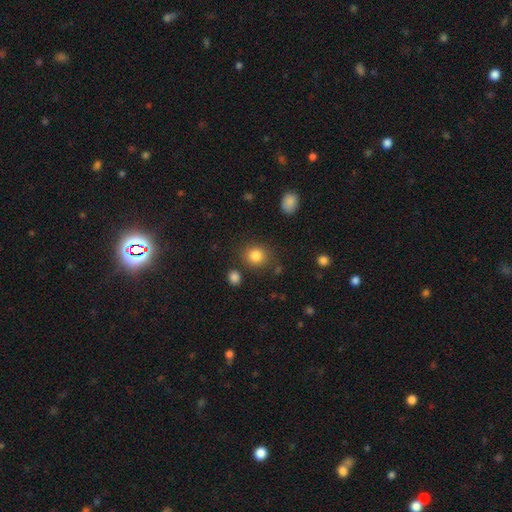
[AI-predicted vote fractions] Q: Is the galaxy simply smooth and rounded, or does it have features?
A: smooth — 84%.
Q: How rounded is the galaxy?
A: round — 81%.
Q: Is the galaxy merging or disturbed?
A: none — 80%.